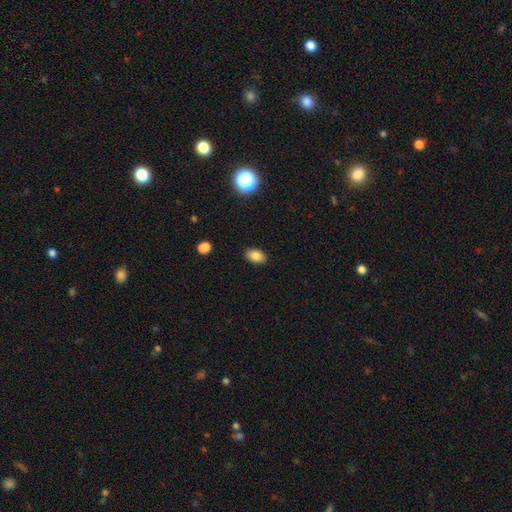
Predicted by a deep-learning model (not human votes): Smooth or featured: smooth — 83% (star or artifact — 10%)
How rounded: in between — 88% (round — 11%)
Merging: none — 88% (minor disturbance — 9%)